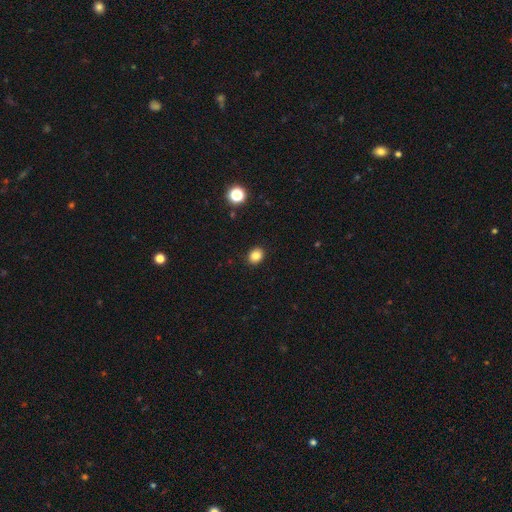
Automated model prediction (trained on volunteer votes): Overall: smooth (84%). How rounded: round (59%; in between 40%). Merging: none (91%).